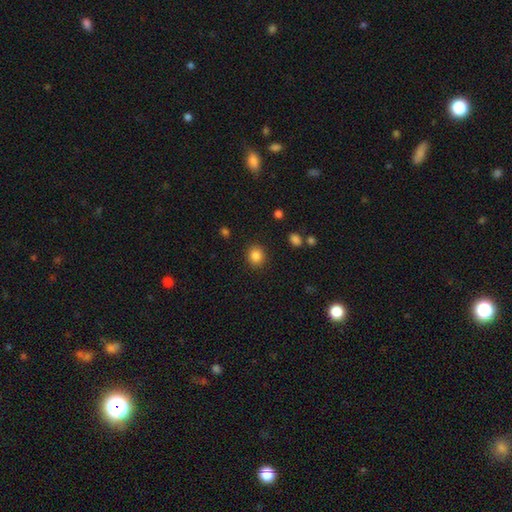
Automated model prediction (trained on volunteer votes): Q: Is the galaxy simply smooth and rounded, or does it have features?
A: smooth — 85%.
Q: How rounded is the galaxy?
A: round — 82%.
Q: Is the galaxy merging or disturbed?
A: none — 90%.